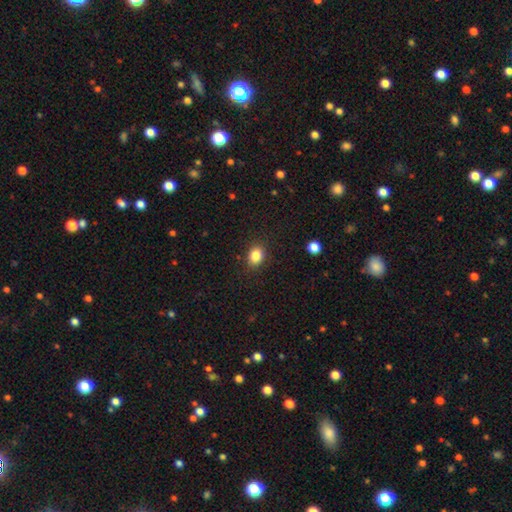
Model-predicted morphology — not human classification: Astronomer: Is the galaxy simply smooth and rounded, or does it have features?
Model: smooth — 85%.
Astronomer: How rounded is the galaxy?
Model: in between — 55% (runner-up: round, 44%).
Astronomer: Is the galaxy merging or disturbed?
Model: none — 87%.